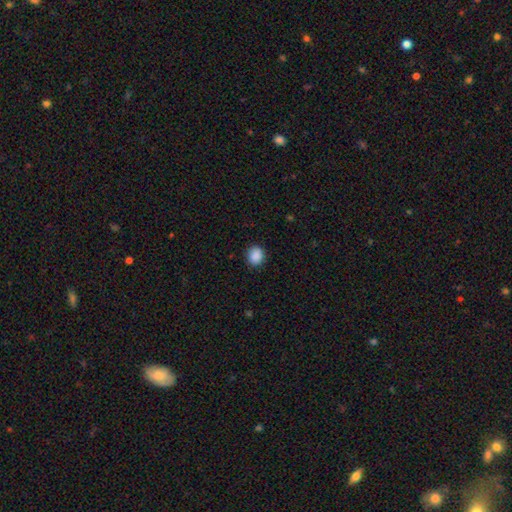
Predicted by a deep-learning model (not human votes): Smooth or featured?
  - smooth: 89% *
  - star or artifact: 9%
  - featured or disk: 3%
How rounded?
  - round: 74% *
  - in between: 25%
  - cigar-shaped: 1%
Merging?
  - none: 86% *
  - minor disturbance: 10%
  - major disturbance: 2%
  - merger: 1%